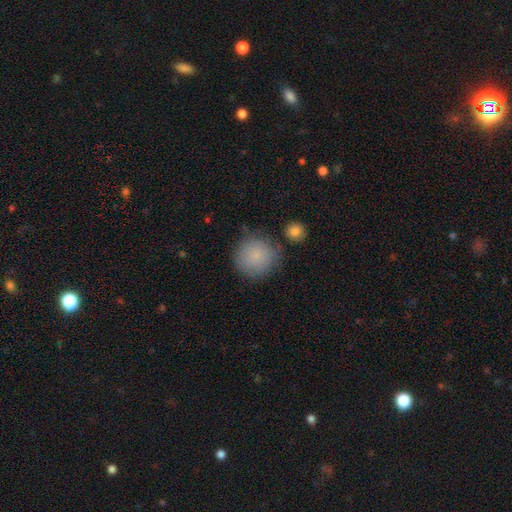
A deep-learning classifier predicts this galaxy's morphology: A smooth galaxy with no disk features (85%) that is round (93%). Merging: none (77%).